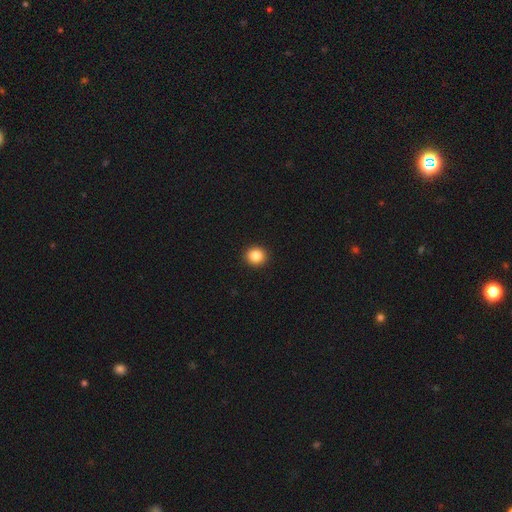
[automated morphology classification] smooth-or-featured: smooth: 86% | star or artifact: 10% | featured or disk: 4%
  how-rounded: round: 87% | in between: 12% | cigar-shaped: 1%
  merging: none: 93% | minor disturbance: 4% | major disturbance: 1% | merger: 1%